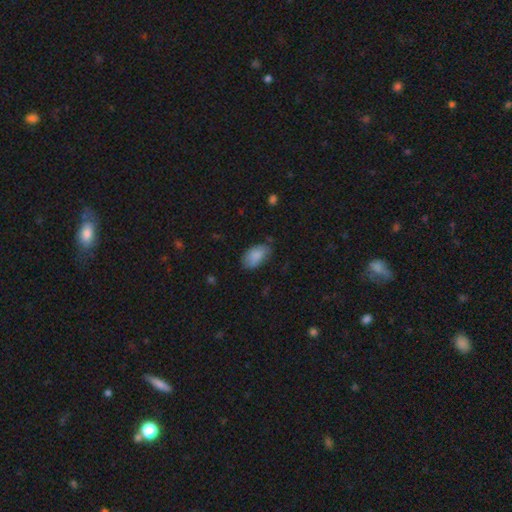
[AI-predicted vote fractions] Smooth or featured?
  - smooth: 86% *
  - star or artifact: 7%
  - featured or disk: 7%
How rounded?
  - in between: 93% *
  - round: 6%
  - cigar-shaped: 2%
Merging?
  - none: 66% *
  - minor disturbance: 27%
  - major disturbance: 6%
  - merger: 2%